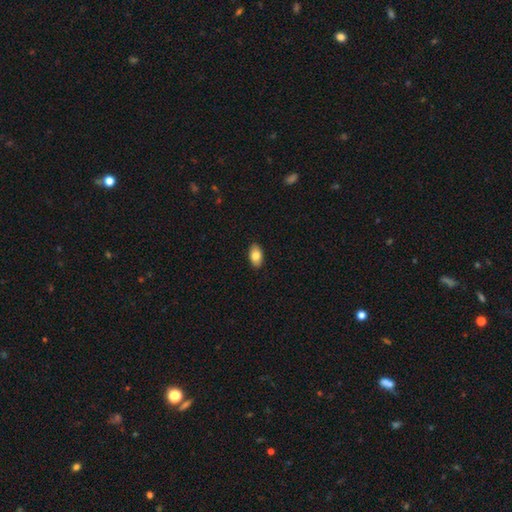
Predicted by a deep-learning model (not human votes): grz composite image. It shows a smooth galaxy with no disk features (82%) that is in between round and cigar-shaped (93%). Merging: none (90%).